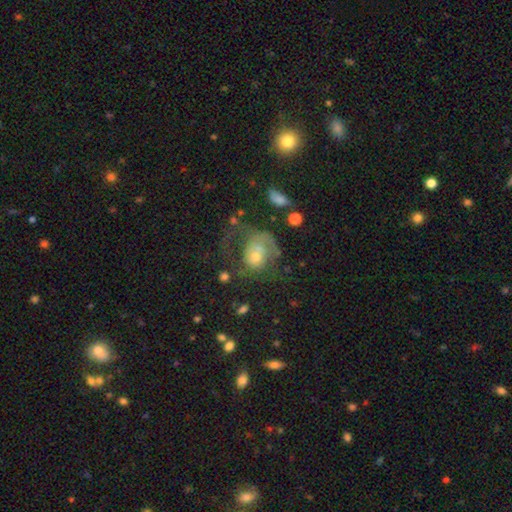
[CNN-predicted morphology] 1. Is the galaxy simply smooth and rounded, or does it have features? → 57% featured or disk, 30% smooth, 13% star or artifact.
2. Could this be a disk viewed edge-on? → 97% no, 3% yes.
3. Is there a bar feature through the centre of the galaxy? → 80% no, 17% weak, 3% strong.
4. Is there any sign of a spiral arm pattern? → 67% yes, 33% no.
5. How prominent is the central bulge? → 44% moderate, 42% small, 7% large, 5% none, 2% dominant.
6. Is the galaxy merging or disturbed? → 43% major disturbance, 32% none, 17% minor disturbance, 8% merger.